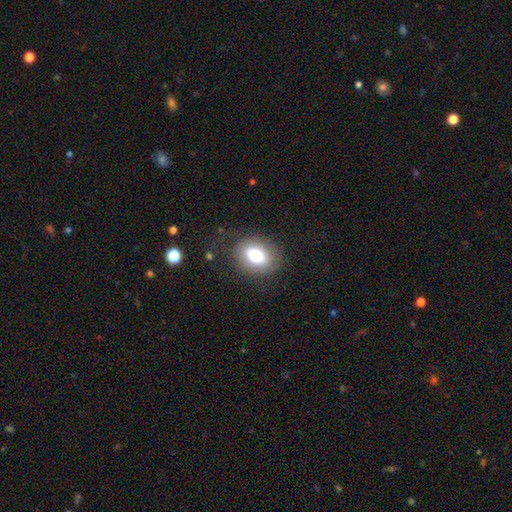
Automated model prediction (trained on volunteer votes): Smooth or featured?
  - smooth: 75% *
  - featured or disk: 16%
  - star or artifact: 9%
How rounded?
  - in between: 67% *
  - round: 32%
  - cigar-shaped: 1%
Merging?
  - none: 77% *
  - minor disturbance: 14%
  - major disturbance: 7%
  - merger: 2%